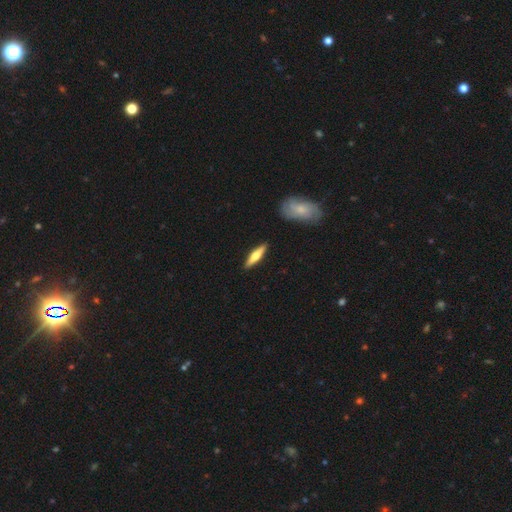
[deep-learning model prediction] Smooth or featured?
  - smooth: 53% *
  - featured or disk: 42%
  - star or artifact: 5%
How rounded?
  - cigar-shaped: 77% *
  - in between: 21%
  - round: 2%
Merging?
  - none: 89% *
  - minor disturbance: 8%
  - merger: 2%
  - major disturbance: 2%